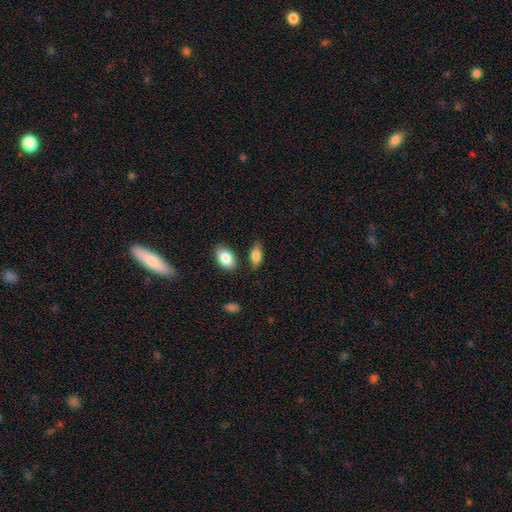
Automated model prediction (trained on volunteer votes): Smooth or featured? smooth (82%)
How rounded? in between (87%)
Merging? none (74%)